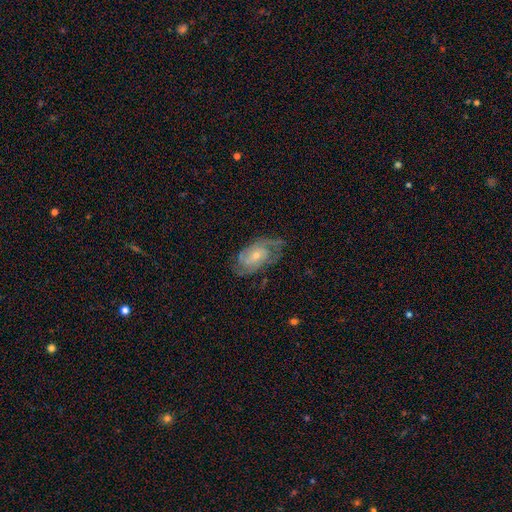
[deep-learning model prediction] smooth_or_featured: featured or disk (p=0.78) [alt: smooth p=0.16]
disk_edge_on: no (p=0.96) [alt: yes p=0.04]
bar: no (p=0.64) [alt: weak p=0.31]
has_spiral_arms: yes (p=0.91) [alt: no p=0.09]
spiral_winding: tight (p=0.46) [alt: medium p=0.40]
spiral_arm_count: 2 (p=0.45) [alt: can't tell p=0.27]
bulge_size: small (p=0.59) [alt: moderate p=0.35]
merging: none (p=0.64) [alt: minor disturbance p=0.23]